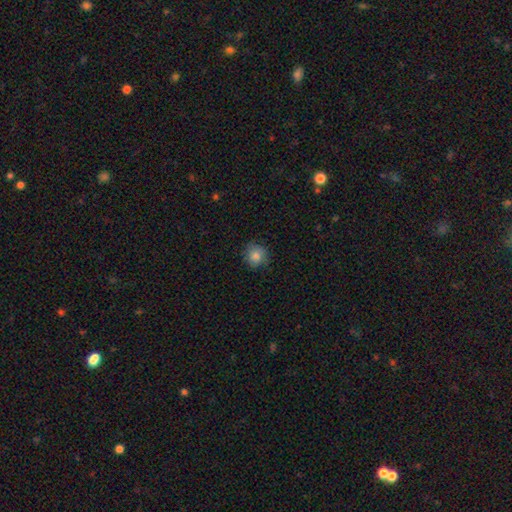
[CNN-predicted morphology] Smooth or featured? smooth (84%)
How rounded? round (88%)
Merging? none (82%)